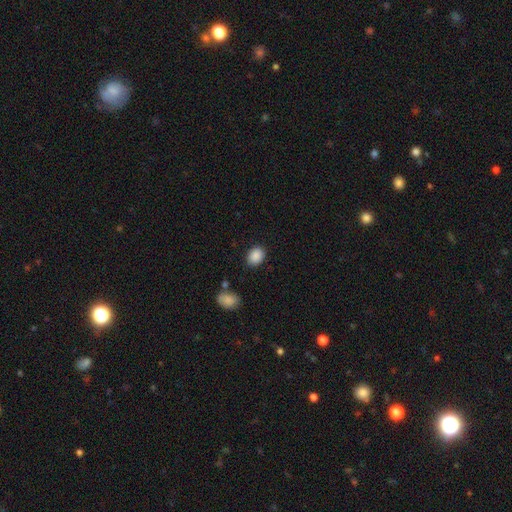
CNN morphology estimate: The model was most divided on "how rounded": in between: 62%, round: 37%, cigar-shaped: 1%. More confident: smooth or featured — smooth (89%); merging — none (85%).